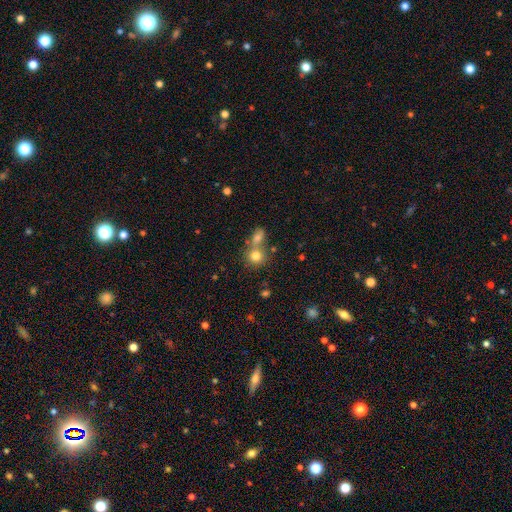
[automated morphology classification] Smooth or featured? smooth (79%)
How rounded? round (80%)
Merging? none (47%)